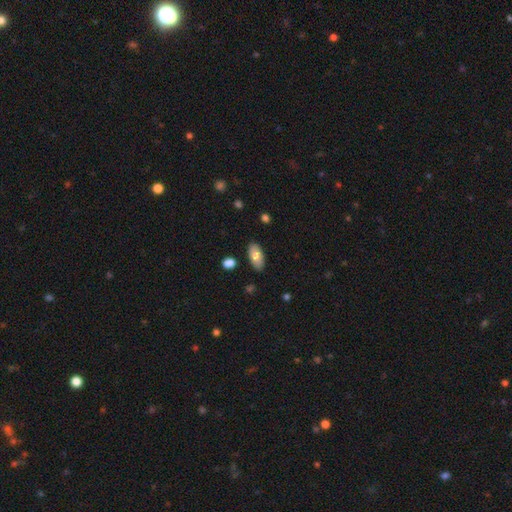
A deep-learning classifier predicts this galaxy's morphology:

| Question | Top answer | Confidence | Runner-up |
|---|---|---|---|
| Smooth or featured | smooth | 76% | featured or disk (17%) |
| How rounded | in between | 92% | cigar-shaped (5%) |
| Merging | none | 85% | minor disturbance (11%) |